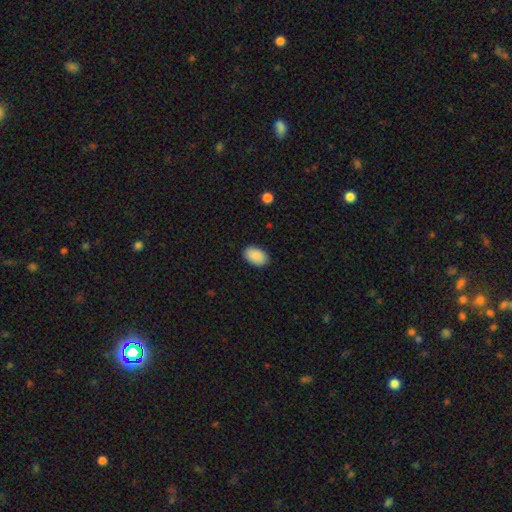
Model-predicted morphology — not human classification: Q: Smooth or featured?
A: smooth (90%); runner-up: star or artifact (6%)
Q: How rounded?
A: in between (91%); runner-up: round (8%)
Q: Merging?
A: none (89%); runner-up: minor disturbance (8%)